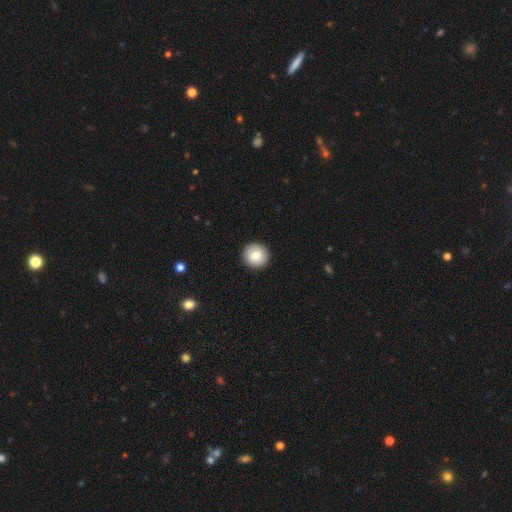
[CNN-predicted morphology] This is clearly a smooth galaxy (81%). How rounded: clearly round (93%). Merging: clearly none (92%).